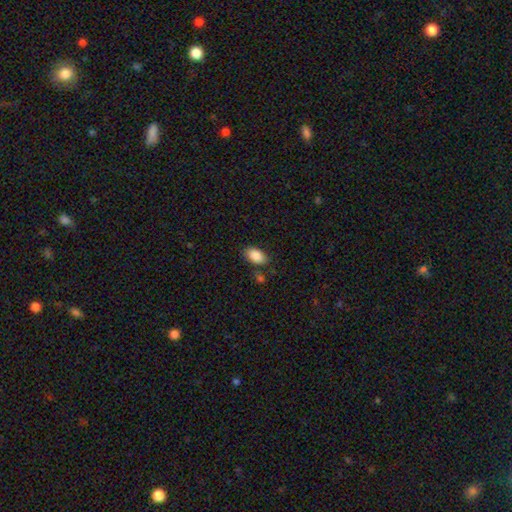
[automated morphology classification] A smooth galaxy with no disk features (88%) that is in between round and cigar-shaped (93%). Merging: none (78%).